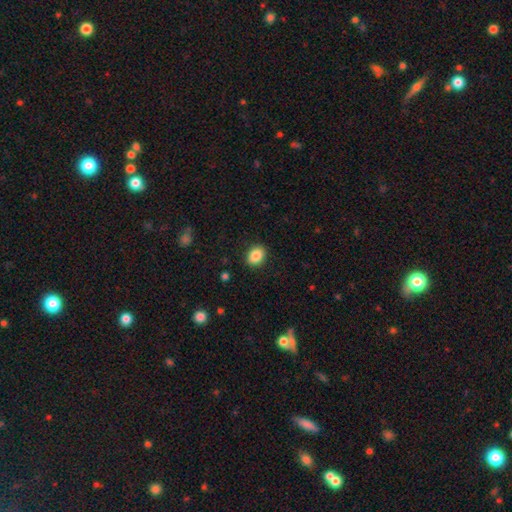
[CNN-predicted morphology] The model was most divided on "how rounded": in between: 59%, round: 40%, cigar-shaped: 1%. More confident: merging — none (89%); smooth or featured — smooth (87%).